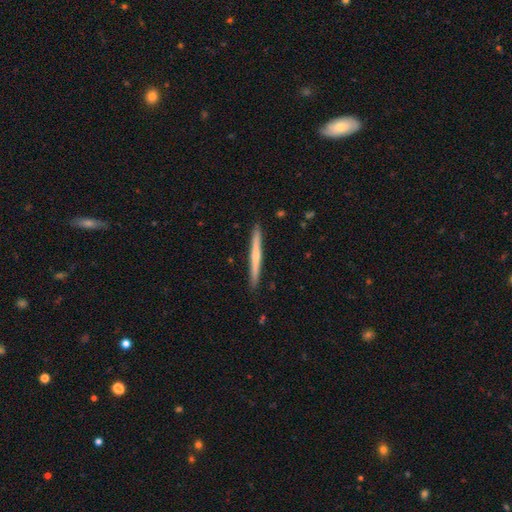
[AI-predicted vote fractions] smooth-or-featured: featured or disk: 49% | smooth: 46% | star or artifact: 5%
  merging: none: 91% | minor disturbance: 6% | major disturbance: 1% | merger: 1%